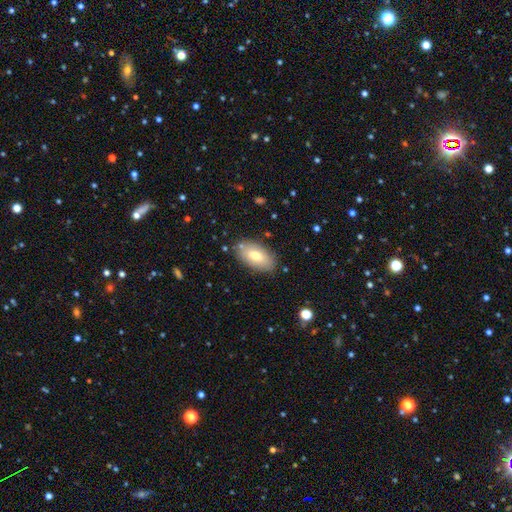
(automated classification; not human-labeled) smooth_or_featured: smooth (p=0.72) [alt: featured or disk p=0.21]
how_rounded: in between (p=0.94) [alt: round p=0.04]
merging: none (p=0.82) [alt: minor disturbance p=0.12]